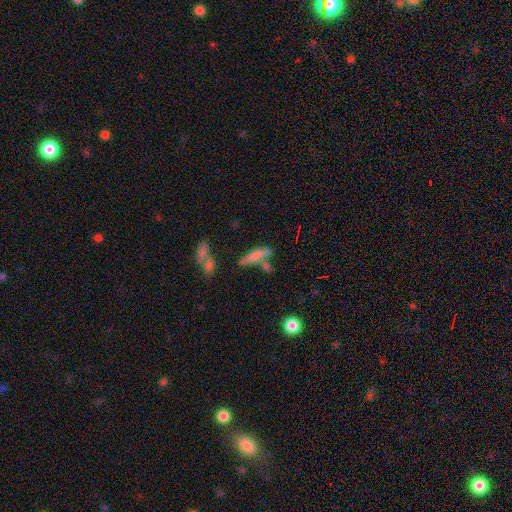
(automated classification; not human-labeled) Overall: smooth (68%). How rounded: cigar-shaped (76%). Merging: none (54%; merger 23%).